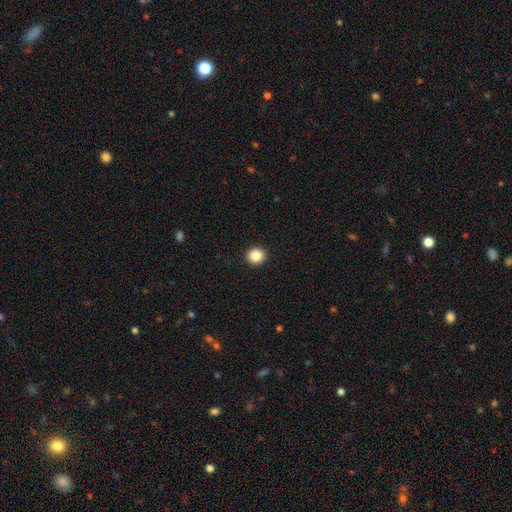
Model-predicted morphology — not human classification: Overall: smooth (86%). How rounded: round (91%). Merging: none (93%).